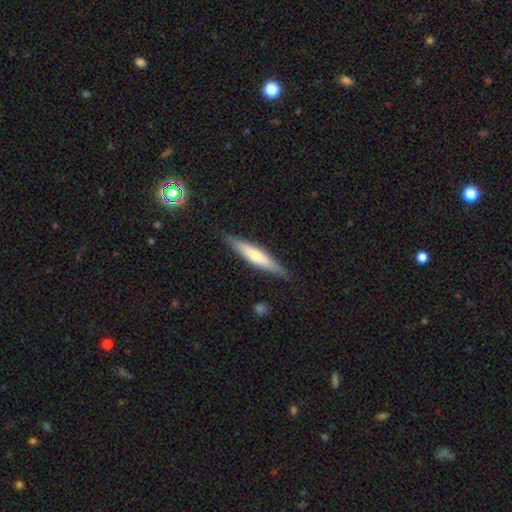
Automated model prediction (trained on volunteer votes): Morphology: type=smooth (55%); roundness=cigar-shaped (88%); merging=none (86%).